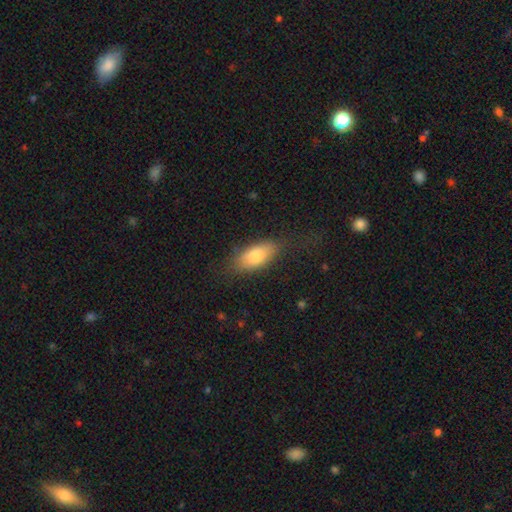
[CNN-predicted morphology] Overall: smooth (78%). How rounded: in between (85%). Merging: none (71%).